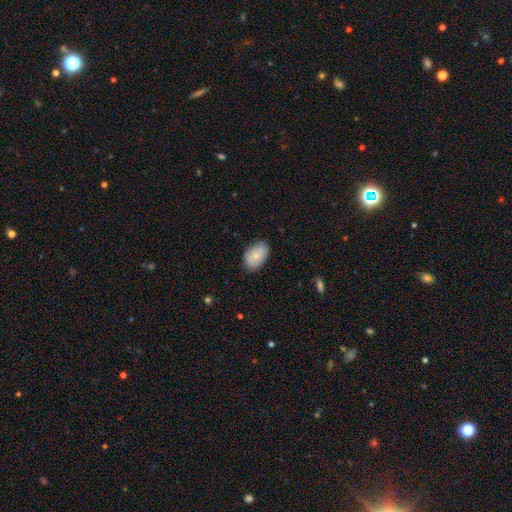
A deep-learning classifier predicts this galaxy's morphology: This is clearly a smooth galaxy (81%). How rounded: clearly in between (90%). Merging: clearly none (82%).